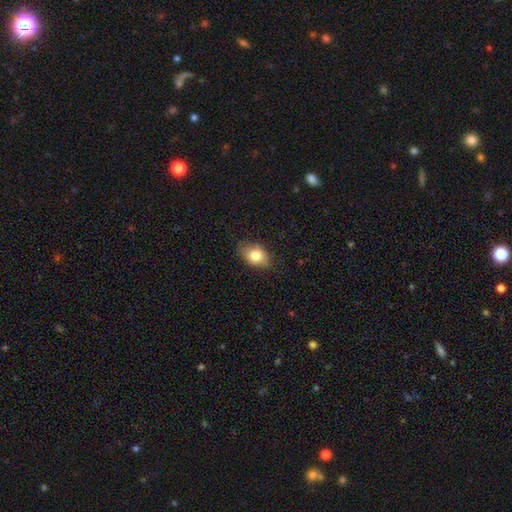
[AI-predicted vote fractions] A smooth galaxy with no disk features (79%) that is in between round and cigar-shaped (78%). Merging: none (74%).